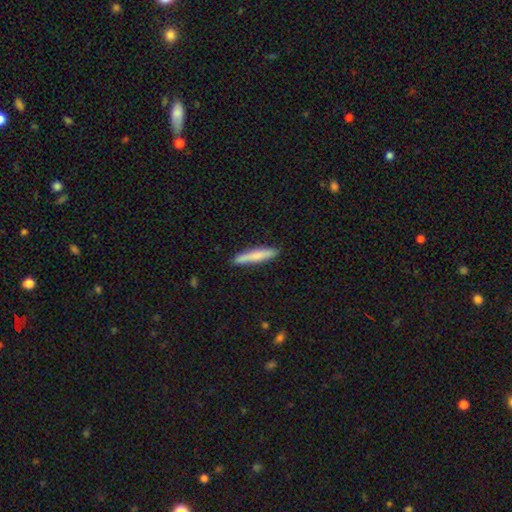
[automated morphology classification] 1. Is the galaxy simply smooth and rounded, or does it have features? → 75% smooth, 19% featured or disk, 6% star or artifact.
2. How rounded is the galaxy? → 93% cigar-shaped, 6% in between, 1% round.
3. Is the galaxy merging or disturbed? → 88% none, 9% minor disturbance, 2% major disturbance, 1% merger.